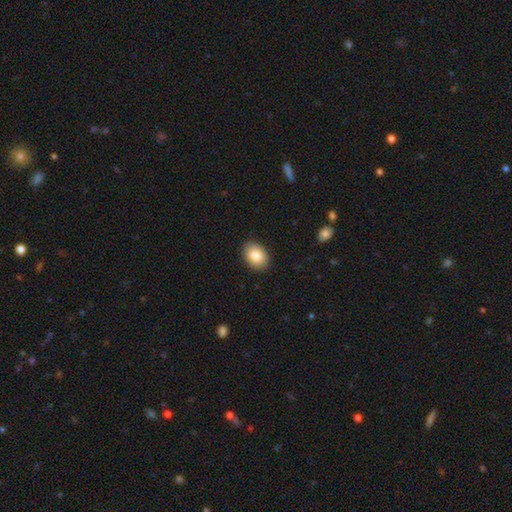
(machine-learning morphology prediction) This appears to be a smooth galaxy with no disk features (85%) that is in between round and cigar-shaped (81%). Merging: none (90%).